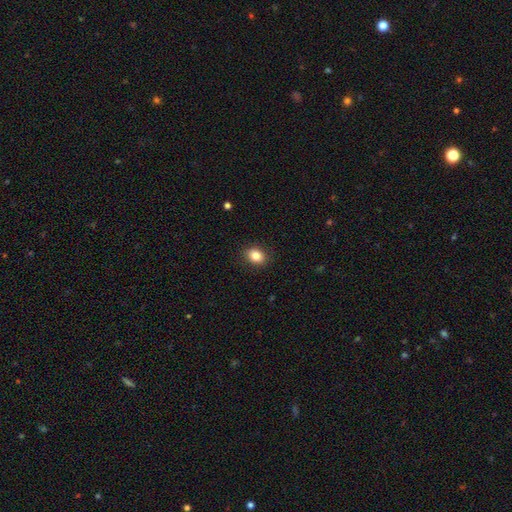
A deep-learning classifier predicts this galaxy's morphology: smooth 84%, star or artifact 10%, featured or disk 7%. Down the decision tree: how rounded — in between (58%); merging — none (89%).